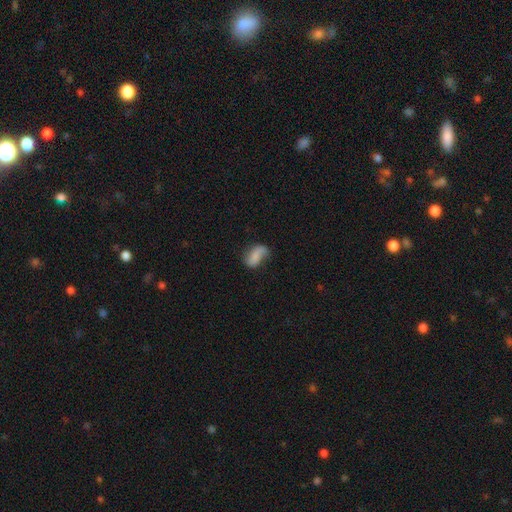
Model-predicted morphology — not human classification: Q: Smooth or featured?
A: smooth (63%); runner-up: featured or disk (28%)
Q: How rounded?
A: in between (88%); runner-up: round (7%)
Q: Merging?
A: none (49%); runner-up: minor disturbance (31%)